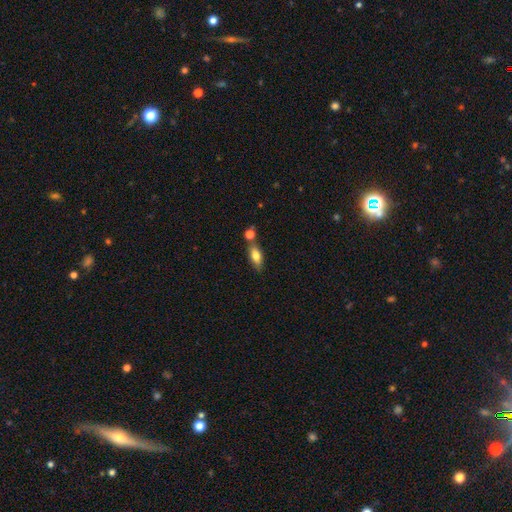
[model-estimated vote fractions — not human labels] Smooth or featured: smooth — 73% (featured or disk — 19%)
How rounded: in between — 76% (cigar-shaped — 19%)
Merging: none — 64% (merger — 19%)